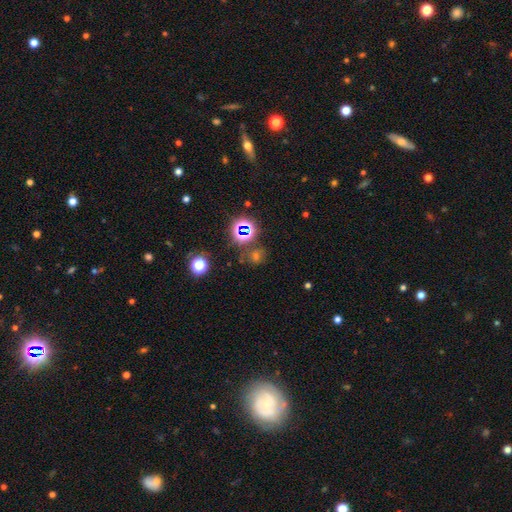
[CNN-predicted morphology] smooth-or-featured: star or artifact: 55% | smooth: 35% | featured or disk: 10%